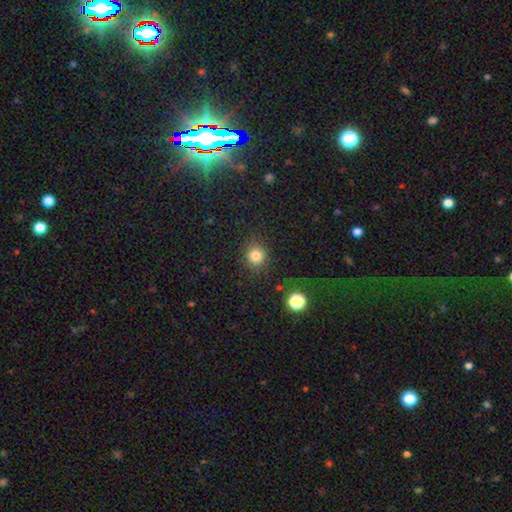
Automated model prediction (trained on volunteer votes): This is clearly a smooth galaxy (80%). How rounded: clearly round (83%). Merging: clearly none (85%).